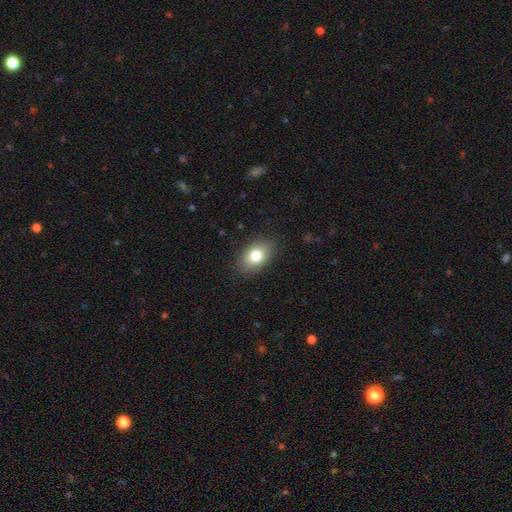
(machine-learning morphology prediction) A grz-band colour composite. It shows a smooth galaxy with no disk features (78%) that is in between round and cigar-shaped (82%). Merging: none (86%).